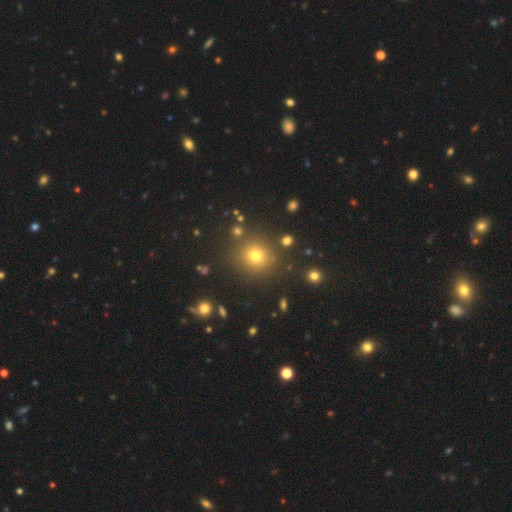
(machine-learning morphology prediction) Smooth or featured?
  - smooth: 71% *
  - star or artifact: 21%
  - featured or disk: 7%
How rounded?
  - round: 91% *
  - in between: 8%
  - cigar-shaped: 1%
Merging?
  - none: 86% *
  - minor disturbance: 7%
  - merger: 4%
  - major disturbance: 3%